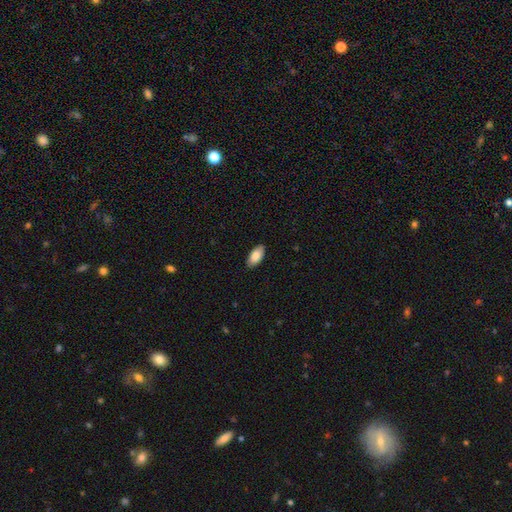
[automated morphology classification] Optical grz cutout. It shows a smooth galaxy with no disk features (87%) that is in between round and cigar-shaped (93%). Merging: none (88%).